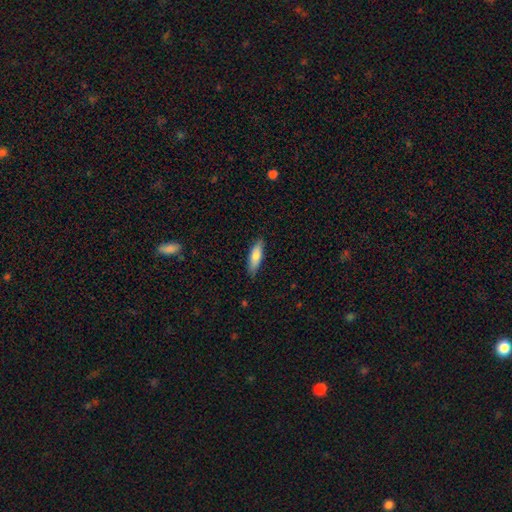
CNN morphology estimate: Smooth or featured? smooth (74%)
How rounded? in between (50%)
Merging? none (84%)